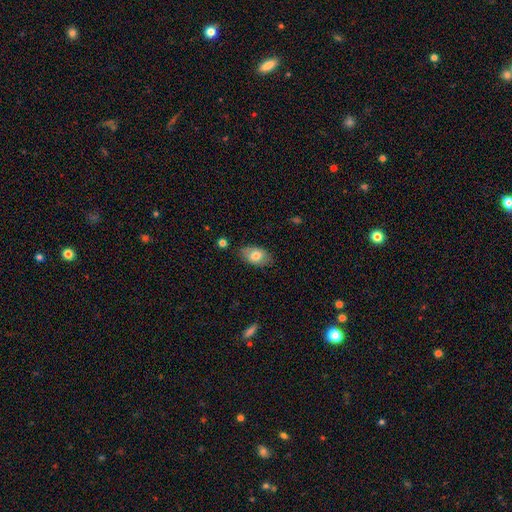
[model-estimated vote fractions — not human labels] A smooth galaxy with no disk features (75%) that is in between round and cigar-shaped (91%). Merging: none (79%).